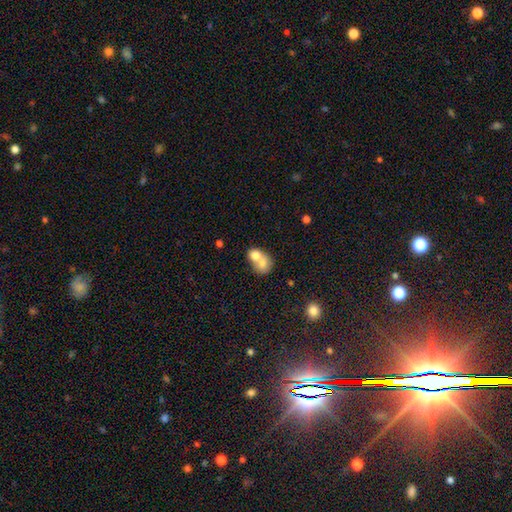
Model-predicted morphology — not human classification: Smooth or featured: smooth — 70% (featured or disk — 22%)
How rounded: round — 51% (in between — 48%)
Merging: merger — 75% (none — 17%)